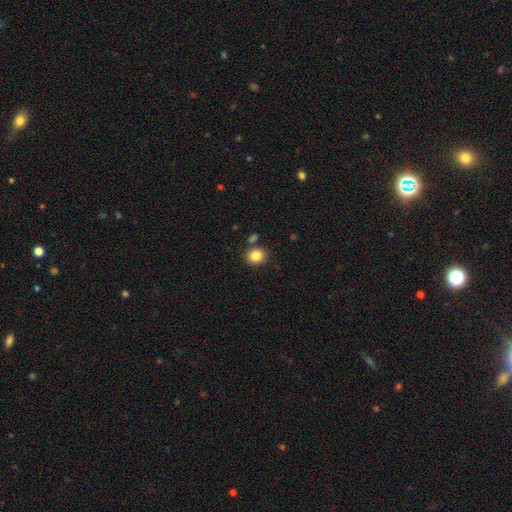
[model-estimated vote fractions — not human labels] A smooth galaxy with no disk features (85%) that is round (65%).

Vote fractions:
- Smooth or featured? smooth: 85% / star or artifact: 10% / featured or disk: 5%
- How rounded? round: 65% / in between: 34% / cigar-shaped: 1%
- Merging? none: 81% / minor disturbance: 10% / merger: 7% / major disturbance: 3%